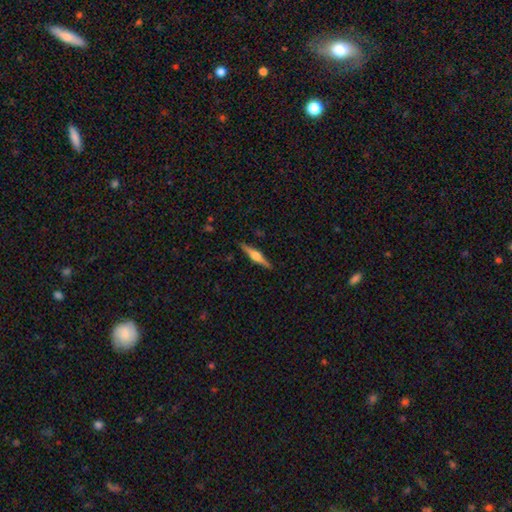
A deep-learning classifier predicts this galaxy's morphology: smooth_or_featured: featured or disk (p=0.72) [alt: smooth p=0.22]
disk_edge_on: yes (p=0.98) [alt: no p=0.02]
edge_on_bulge: rounded (p=0.86) [alt: boxy p=0.11]
merging: none (p=0.90) [alt: minor disturbance p=0.07]